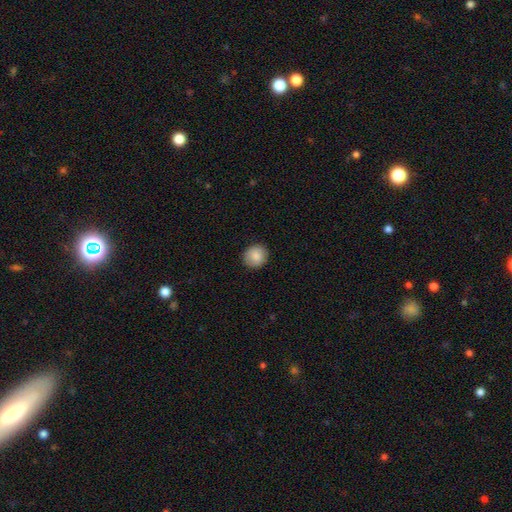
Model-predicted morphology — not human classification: This appears to be a smooth galaxy with no disk features (86%) that is round (83%). Merging: none (89%).